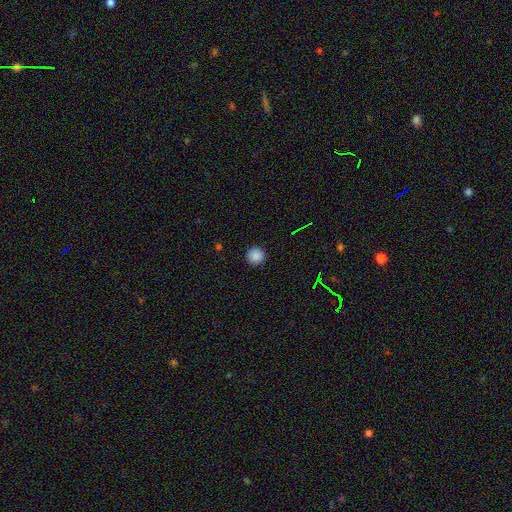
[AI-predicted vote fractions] This is clearly a smooth galaxy (86%). How rounded: clearly round (96%). Merging: clearly none (93%).